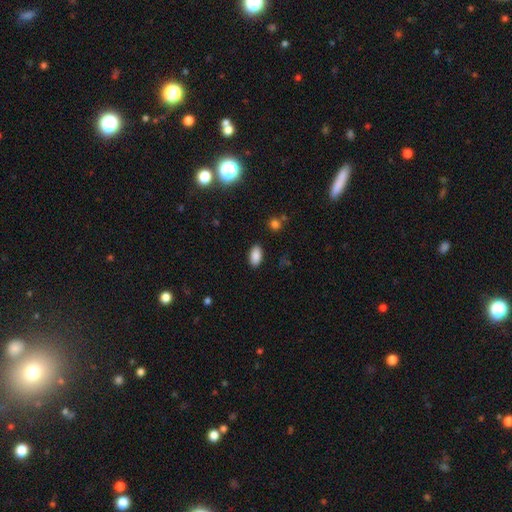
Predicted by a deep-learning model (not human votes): Overall: smooth (88%). How rounded: in between (93%). Merging: none (88%).